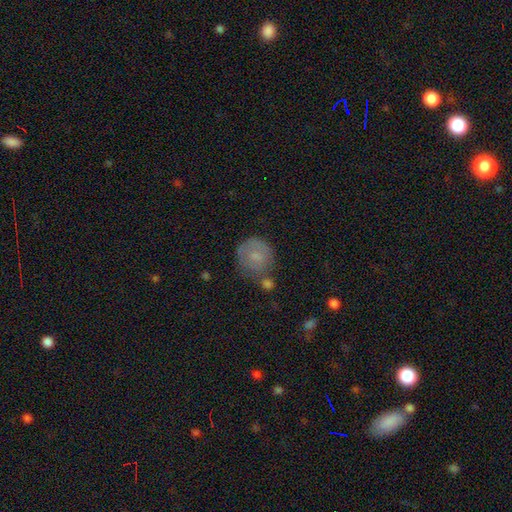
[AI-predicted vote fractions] This is likely a smooth galaxy (66%). How rounded: clearly round (85%). Merging: possibly none (55%).